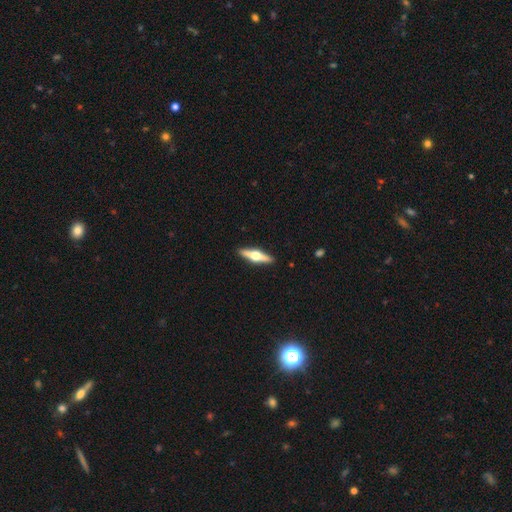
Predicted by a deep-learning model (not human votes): Smooth or featured? featured or disk (72%)
Edge-on disk? yes (97%)
Edge-on bulge? rounded (96%)
Merging? none (91%)